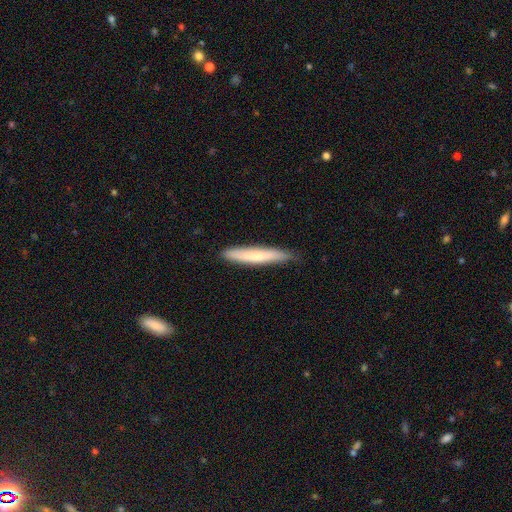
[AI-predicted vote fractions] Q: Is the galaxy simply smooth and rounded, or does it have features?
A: smooth — 66%.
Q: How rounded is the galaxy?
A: cigar-shaped — 93%.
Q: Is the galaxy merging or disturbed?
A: none — 81%.